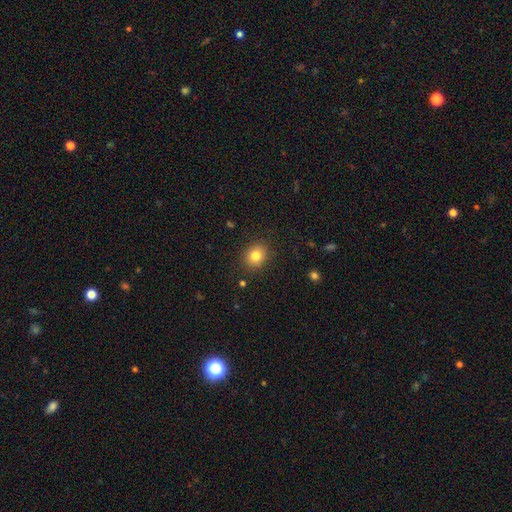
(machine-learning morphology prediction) A smooth galaxy with no disk features (82%) that is round (66%).

Vote fractions:
- Smooth or featured? smooth: 82% / star or artifact: 11% / featured or disk: 7%
- How rounded? round: 66% / in between: 33% / cigar-shaped: 1%
- Merging? none: 88% / minor disturbance: 9% / major disturbance: 3% / merger: 1%